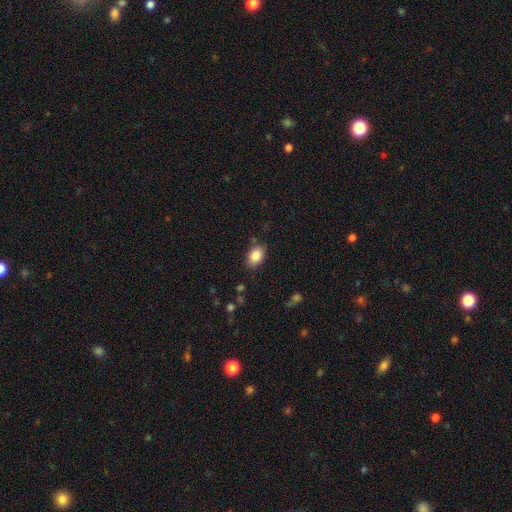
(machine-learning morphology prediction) smooth 86%, star or artifact 8%, featured or disk 6%. Down the decision tree: how rounded — in between (87%); merging — none (82%).